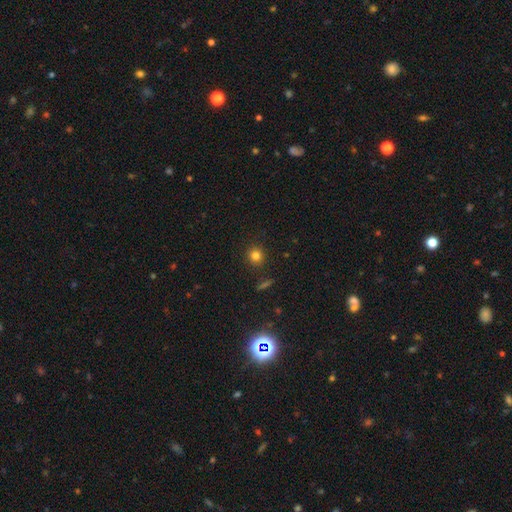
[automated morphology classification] smooth-or-featured: smooth: 80% | star or artifact: 14% | featured or disk: 6%
  how-rounded: round: 93% | in between: 6% | cigar-shaped: 1%
  merging: none: 91% | minor disturbance: 6% | major disturbance: 2% | merger: 2%